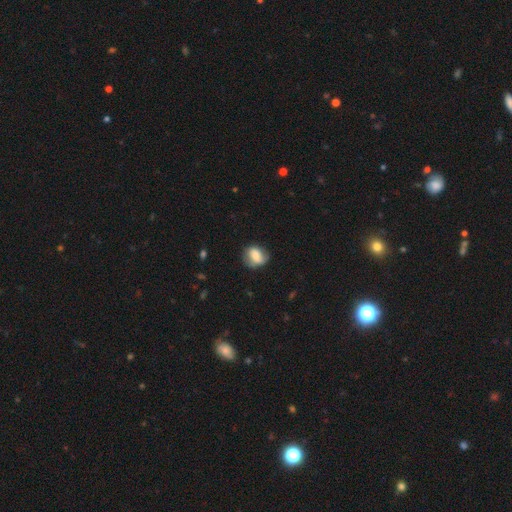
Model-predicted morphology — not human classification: Smooth or featured: smooth — 67% (featured or disk — 25%)
How rounded: round — 49% (tied with in between — 49%)
Merging: none — 61% (minor disturbance — 27%)